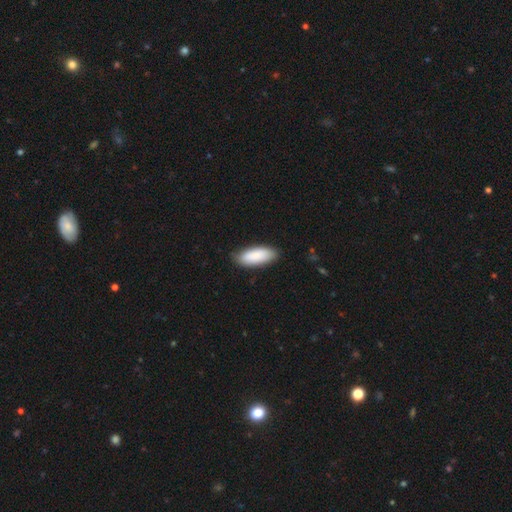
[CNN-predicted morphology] A smooth galaxy with no disk features (89%) that is in between round and cigar-shaped (77%). Merging: none (84%).